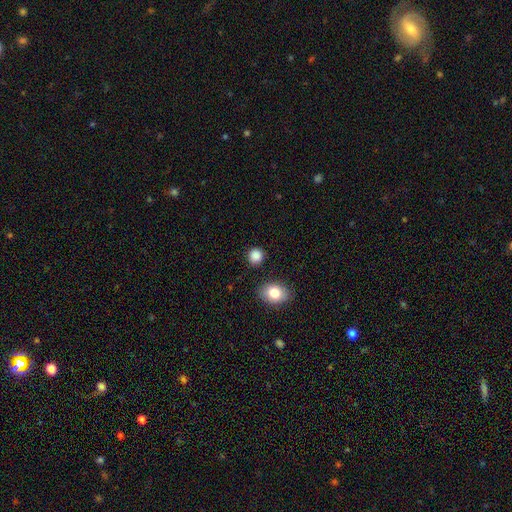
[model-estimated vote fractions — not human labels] Smooth or featured? Predicted: smooth (p=0.86). How rounded? Predicted: round (p=0.86). Merging? Predicted: none (p=0.86).